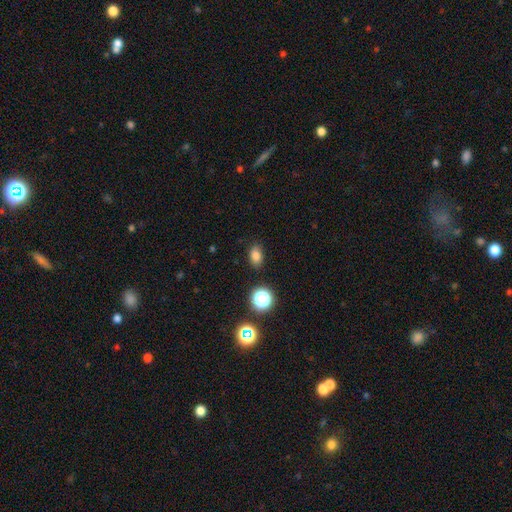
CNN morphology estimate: Overall: smooth (80%). How rounded: in between (78%). Merging: none (86%).